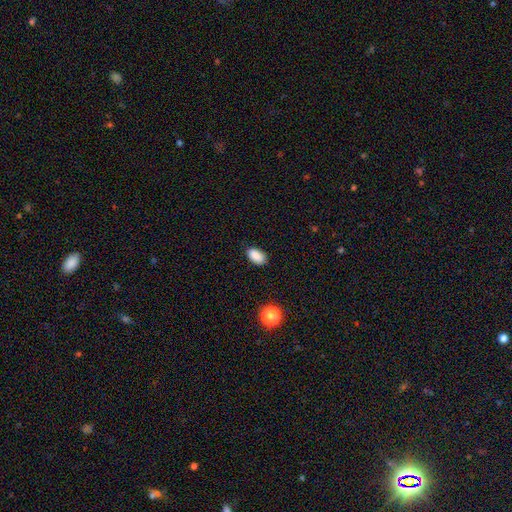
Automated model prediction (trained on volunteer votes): Smooth or featured?
  - smooth: 88% *
  - star or artifact: 9%
  - featured or disk: 3%
How rounded?
  - in between: 91% *
  - round: 7%
  - cigar-shaped: 2%
Merging?
  - none: 83% *
  - minor disturbance: 13%
  - major disturbance: 2%
  - merger: 1%